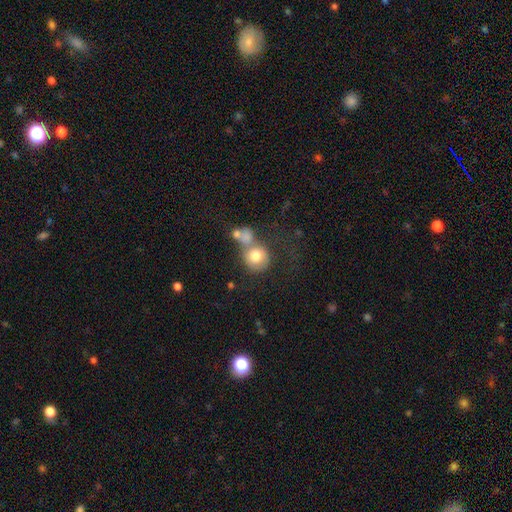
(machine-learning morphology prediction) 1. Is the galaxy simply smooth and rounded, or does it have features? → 72% smooth, 19% featured or disk, 9% star or artifact.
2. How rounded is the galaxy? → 84% round, 15% in between, 1% cigar-shaped.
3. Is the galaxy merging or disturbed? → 47% merger, 30% none, 12% minor disturbance, 11% major disturbance.